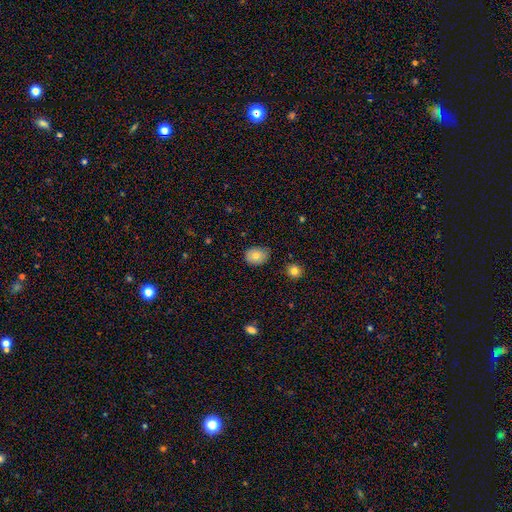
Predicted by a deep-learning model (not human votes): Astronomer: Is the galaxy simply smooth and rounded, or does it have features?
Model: smooth — 78%.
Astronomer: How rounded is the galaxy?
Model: in between — 58% (runner-up: round, 41%).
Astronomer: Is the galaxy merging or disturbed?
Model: none — 73%.